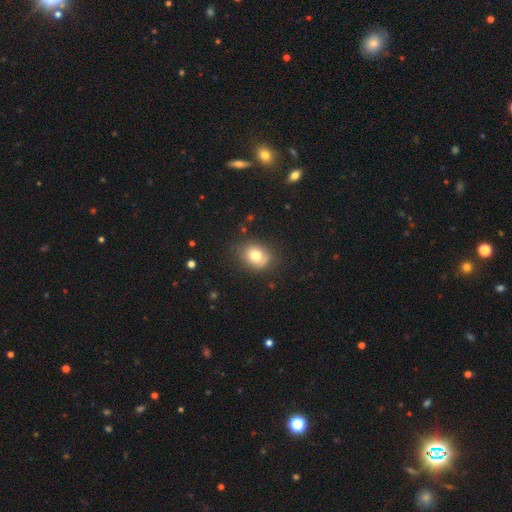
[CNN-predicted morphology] Smooth or featured? smooth (75%)
How rounded? round (61%)
Merging? none (73%)